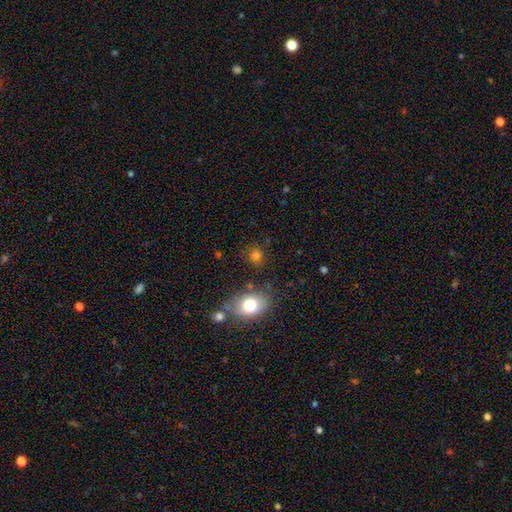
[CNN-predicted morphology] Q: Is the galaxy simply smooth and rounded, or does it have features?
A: smooth — 79%.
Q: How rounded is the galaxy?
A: round — 80%.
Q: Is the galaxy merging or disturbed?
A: none — 80%.